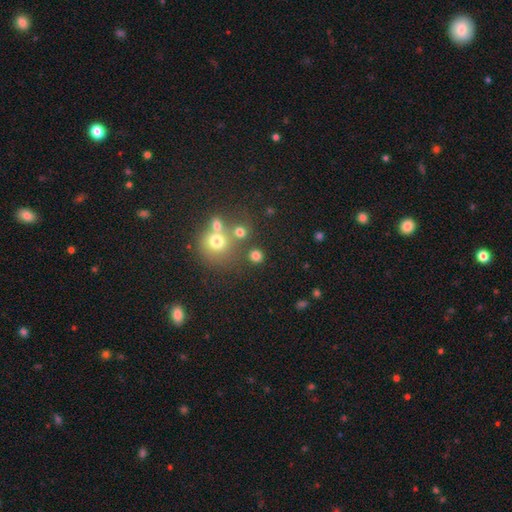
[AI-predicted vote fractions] A smooth galaxy with no disk features (76%) that is round (88%).

Vote fractions:
- Smooth or featured? smooth: 76% / star or artifact: 16% / featured or disk: 7%
- How rounded? round: 88% / in between: 11% / cigar-shaped: 1%
- Merging? none: 75% / merger: 13% / minor disturbance: 7% / major disturbance: 4%